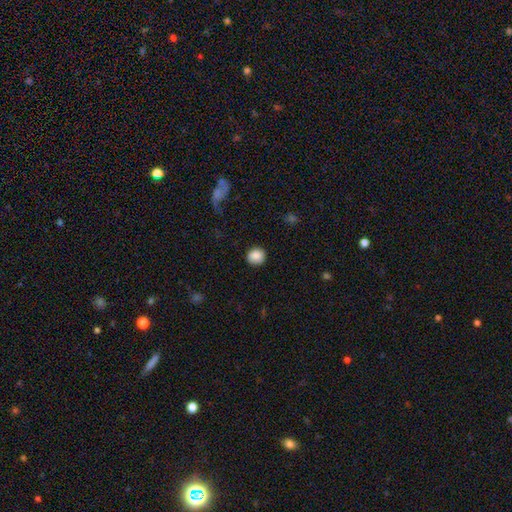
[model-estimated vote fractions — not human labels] Smooth or featured: smooth — 87% (star or artifact — 8%)
How rounded: round — 86% (in between — 13%)
Merging: none — 87% (minor disturbance — 9%)